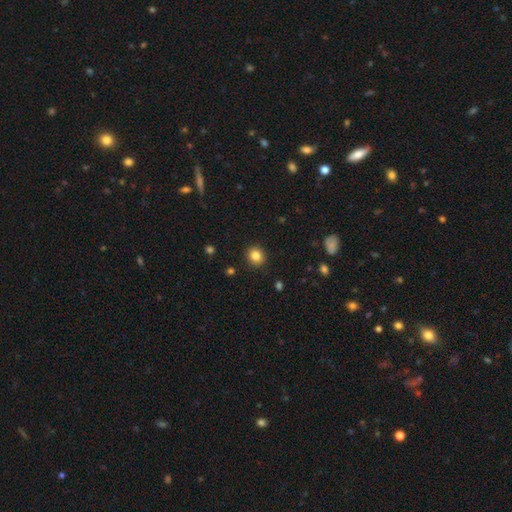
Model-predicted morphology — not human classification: smooth-or-featured: smooth: 84% | star or artifact: 11% | featured or disk: 6%
  how-rounded: round: 86% | in between: 13% | cigar-shaped: 1%
  merging: none: 91% | minor disturbance: 6% | major disturbance: 2% | merger: 1%